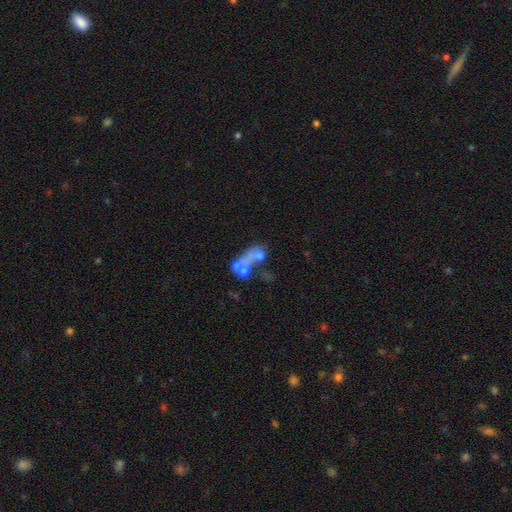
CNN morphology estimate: smooth-or-featured: smooth: 44% | featured or disk: 41% | star or artifact: 15%
  merging: merger: 51% | major disturbance: 22% | none: 19% | minor disturbance: 8%